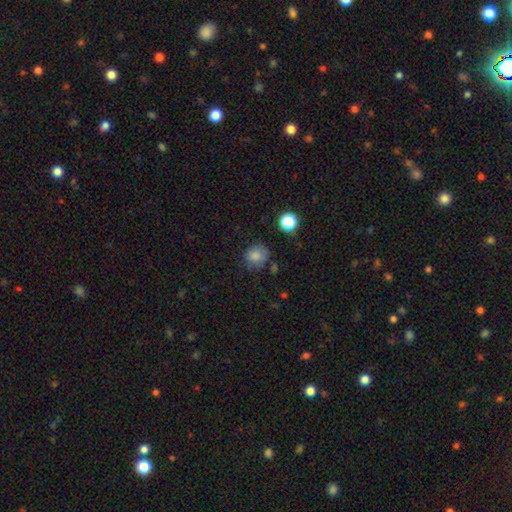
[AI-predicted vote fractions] Smooth or featured? smooth (81%)
How rounded? round (81%)
Merging? none (69%)